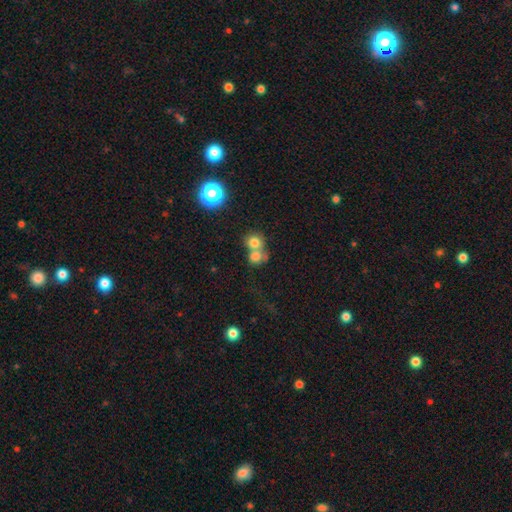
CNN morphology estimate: This is likely a smooth galaxy (75%). How rounded: likely round (76%). Merging: likely merger (61%).